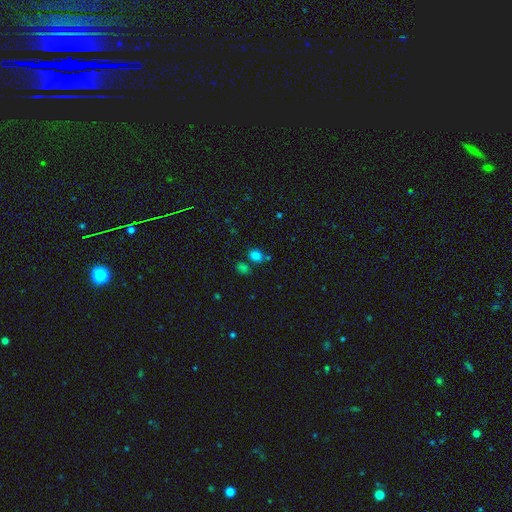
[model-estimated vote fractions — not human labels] Smooth or featured?
  - smooth: 77% *
  - star or artifact: 17%
  - featured or disk: 6%
How rounded?
  - round: 58% *
  - in between: 41%
  - cigar-shaped: 1%
Merging?
  - none: 70% *
  - merger: 14%
  - minor disturbance: 12%
  - major disturbance: 4%